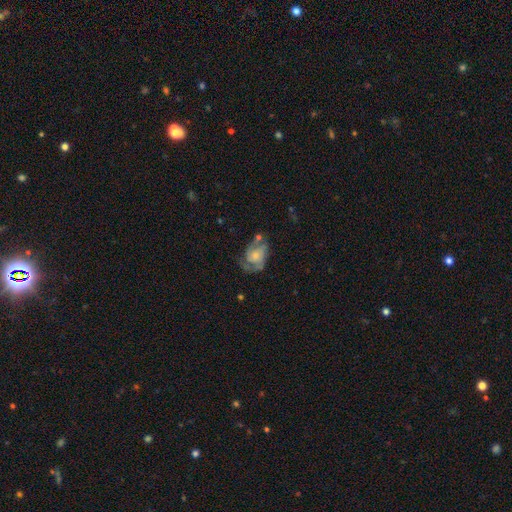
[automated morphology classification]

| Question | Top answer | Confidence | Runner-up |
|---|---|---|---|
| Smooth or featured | featured or disk | 68% | smooth (25%) |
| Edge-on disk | no | 97% | yes (3%) |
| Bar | no | 71% | weak (25%) |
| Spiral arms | yes | 85% | no (15%) |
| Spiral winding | medium | 46% | tight (30%) |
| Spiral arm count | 2 | 58% | can't tell (17%) |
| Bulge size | small | 50% | moderate (32%) |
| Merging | none | 44% | minor disturbance (26%) |